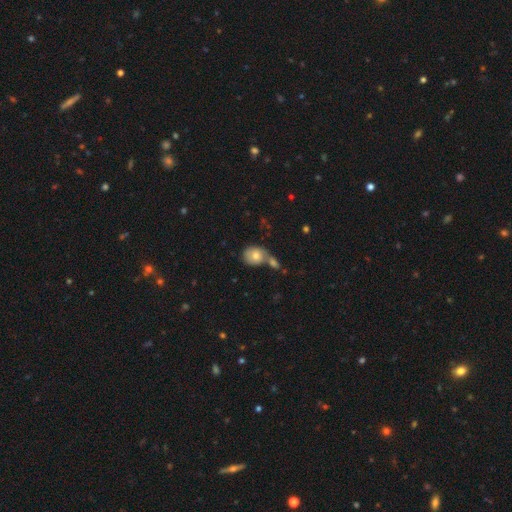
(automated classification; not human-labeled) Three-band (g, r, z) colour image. It shows a smooth galaxy with no disk features (76%) that is round (63%). Merging: merger (49%).